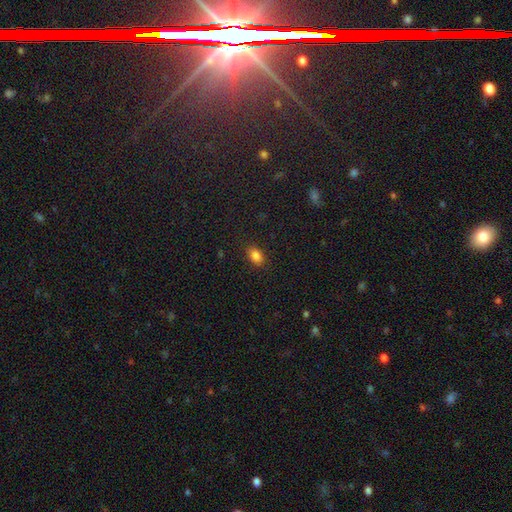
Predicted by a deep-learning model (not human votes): smooth_or_featured: smooth (p=0.84) [alt: star or artifact p=0.10]
how_rounded: in between (p=0.86) [alt: round p=0.12]
merging: none (p=0.87) [alt: minor disturbance p=0.09]